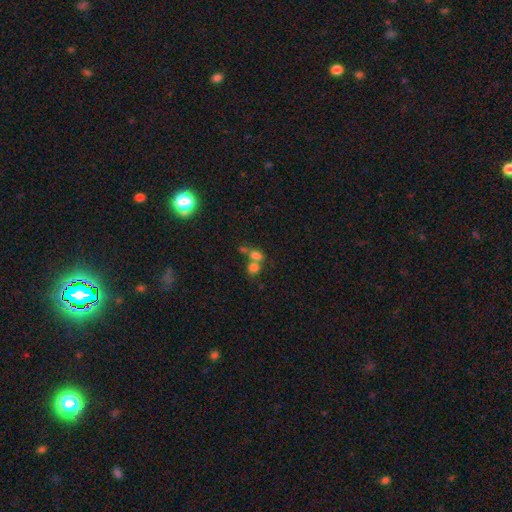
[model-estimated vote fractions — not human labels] Morphology: type=smooth (72%); roundness=in between (58%); merging=merger (57%).